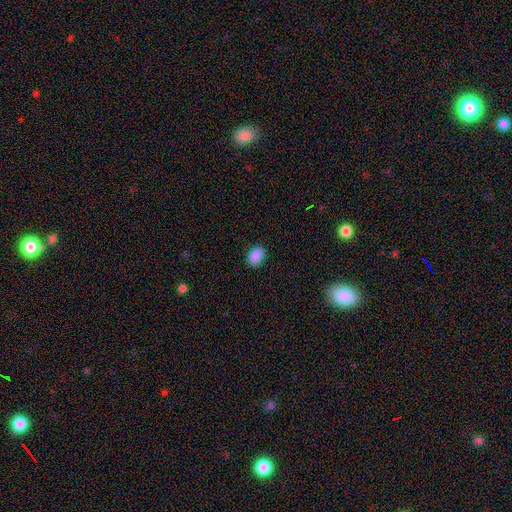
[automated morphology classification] smooth 89%, star or artifact 8%, featured or disk 2%. Down the decision tree: how rounded — in between (76%); merging — none (89%).